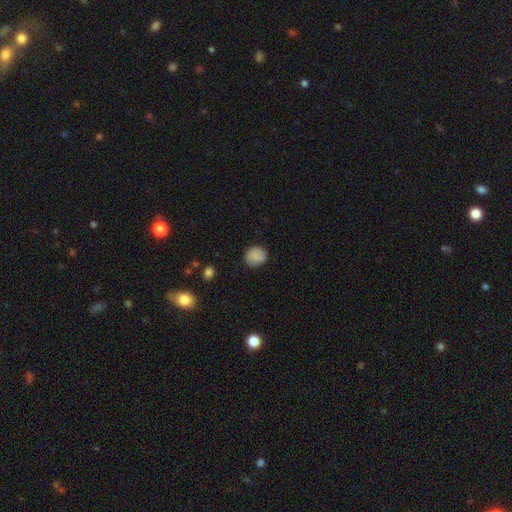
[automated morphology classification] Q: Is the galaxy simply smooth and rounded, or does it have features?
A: smooth — 85%.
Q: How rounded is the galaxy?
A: round — 82%.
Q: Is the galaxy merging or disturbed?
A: none — 82%.